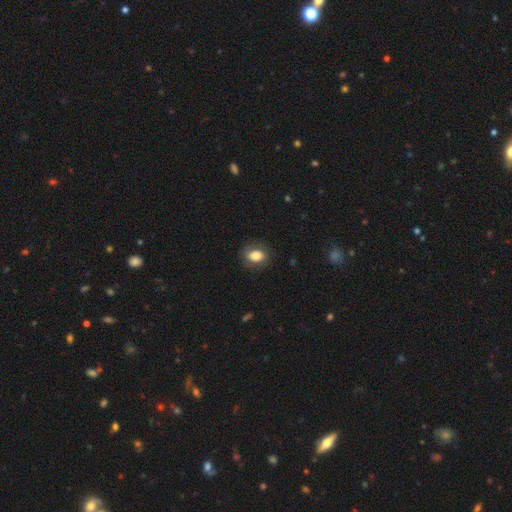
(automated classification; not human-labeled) smooth-or-featured: smooth: 76% | featured or disk: 16% | star or artifact: 8%
  how-rounded: in between: 75% | round: 23% | cigar-shaped: 2%
  merging: none: 81% | minor disturbance: 13% | major disturbance: 5% | merger: 1%